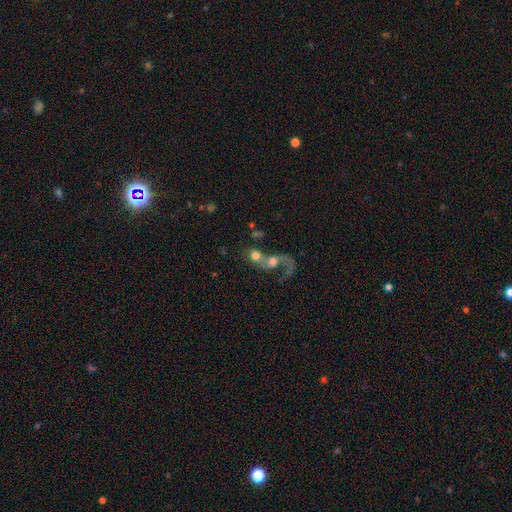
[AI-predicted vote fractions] Q: Smooth or featured?
A: smooth (50%); runner-up: featured or disk (38%)
Q: How rounded?
A: round (57%); runner-up: in between (40%)
Q: Merging?
A: merger (77%); runner-up: major disturbance (11%)